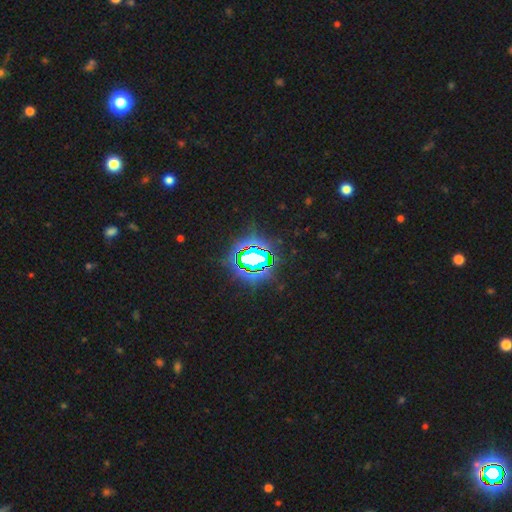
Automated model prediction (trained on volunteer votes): Morphology: type=star or artifact (76%).